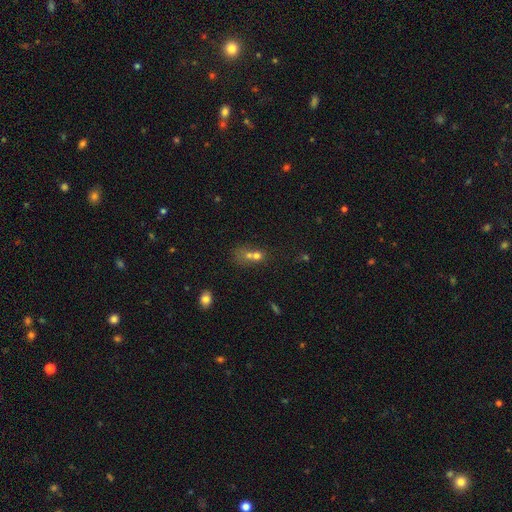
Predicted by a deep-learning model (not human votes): Smooth or featured: smooth — 62% (featured or disk — 21%)
How rounded: round — 59% (in between — 38%)
Merging: merger — 65% (none — 21%)